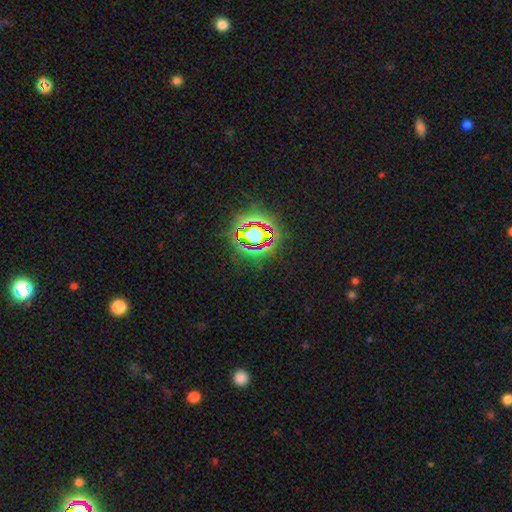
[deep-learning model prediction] Smooth or featured: star or artifact — 80% (smooth — 11%)